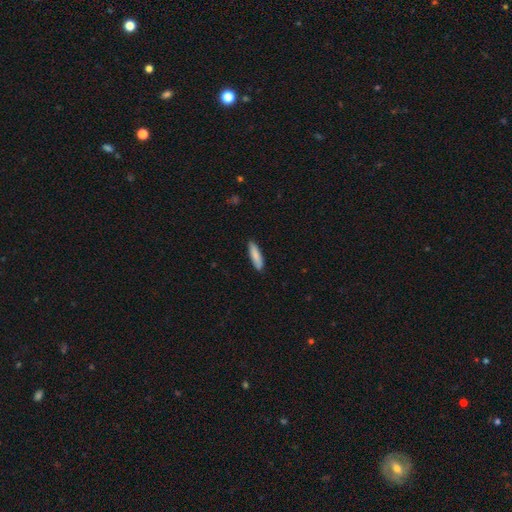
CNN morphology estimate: The model was most divided on "how rounded": cigar-shaped: 70%, in between: 29%, round: 1%. More confident: merging — none (88%); smooth or featured — smooth (85%).